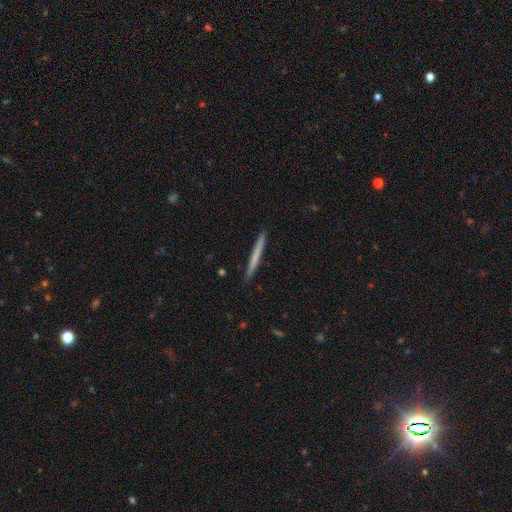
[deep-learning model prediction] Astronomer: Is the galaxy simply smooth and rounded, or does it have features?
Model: smooth — 63%.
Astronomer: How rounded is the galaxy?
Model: cigar-shaped — 97%.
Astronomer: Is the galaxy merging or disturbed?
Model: none — 93%.